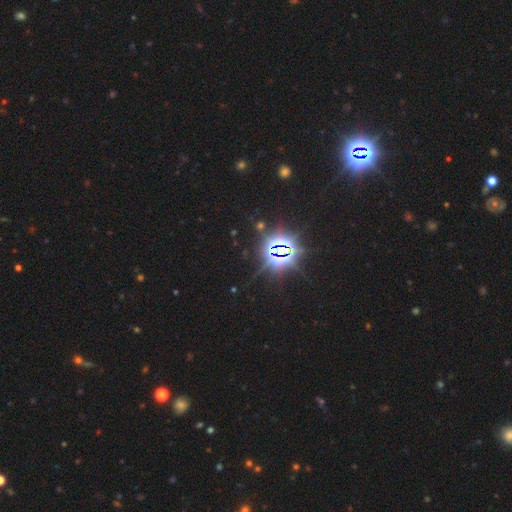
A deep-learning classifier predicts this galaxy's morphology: smooth_or_featured: star or artifact (p=0.84) [alt: smooth p=0.10]